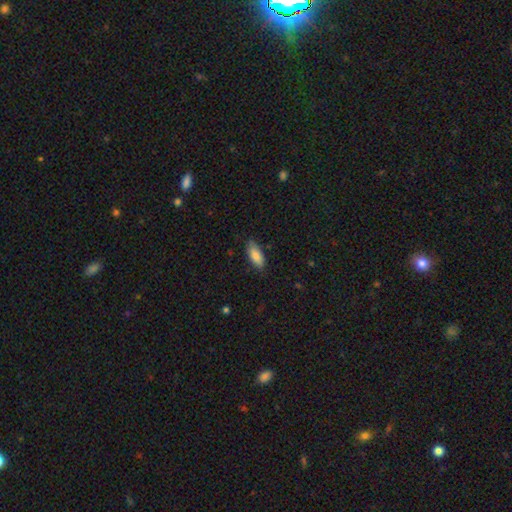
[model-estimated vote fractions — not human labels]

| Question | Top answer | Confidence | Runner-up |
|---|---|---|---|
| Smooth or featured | smooth | 84% | featured or disk (10%) |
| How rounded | in between | 81% | cigar-shaped (17%) |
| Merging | none | 81% | minor disturbance (15%) |